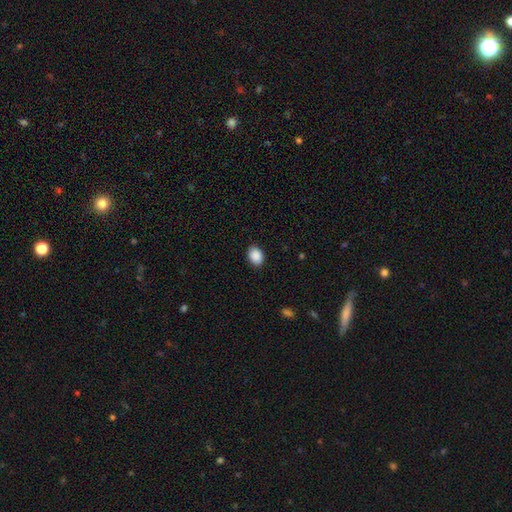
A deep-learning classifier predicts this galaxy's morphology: Smooth or featured? Predicted: smooth (p=0.90). How rounded? Predicted: in between (p=0.69). Merging? Predicted: none (p=0.88).